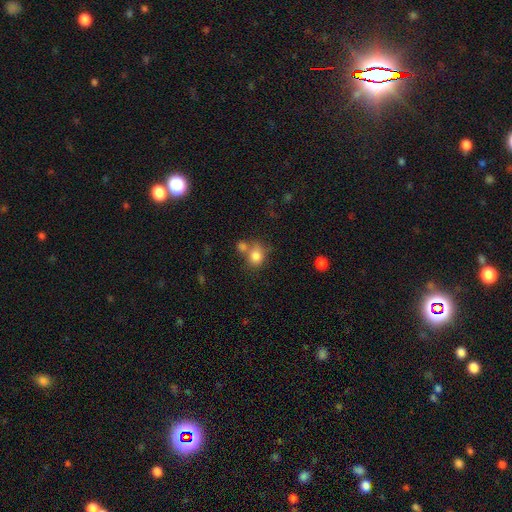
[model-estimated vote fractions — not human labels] Q: Smooth or featured?
A: smooth (80%); runner-up: star or artifact (11%)
Q: How rounded?
A: round (68%); runner-up: in between (31%)
Q: Merging?
A: none (47%); runner-up: merger (32%)